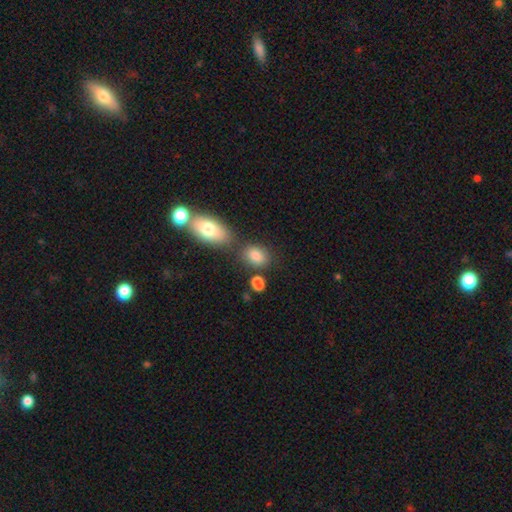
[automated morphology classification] Smooth or featured? Predicted: smooth (p=0.83). How rounded? Predicted: in between (p=0.73). Merging? Predicted: none (p=0.64).